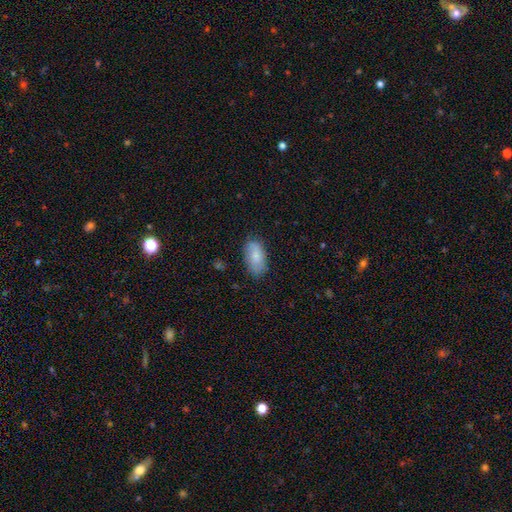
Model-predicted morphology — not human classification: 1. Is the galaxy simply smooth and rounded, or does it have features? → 81% smooth, 12% featured or disk, 6% star or artifact.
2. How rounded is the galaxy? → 93% in between, 4% cigar-shaped, 3% round.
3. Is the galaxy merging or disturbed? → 77% none, 18% minor disturbance, 4% major disturbance, 1% merger.